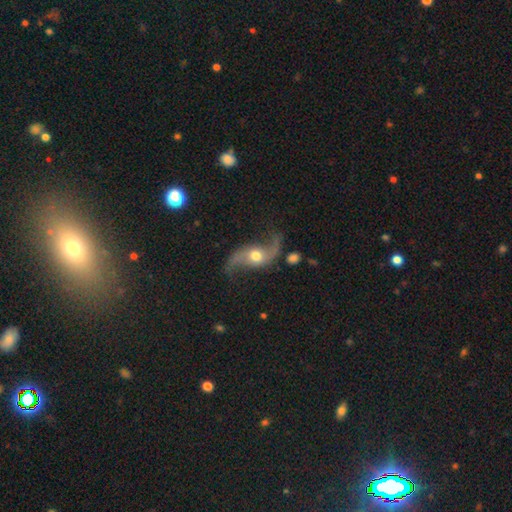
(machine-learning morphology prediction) Overall: featured or disk (87%). Edge-on disk: no (95%). Bar: no (60%; weak 29%). Spiral arms: yes (96%). Spiral arm count: 2 (94%). Spiral winding: loose (90%). Bulge size: moderate (71%). Merging: none (71%).